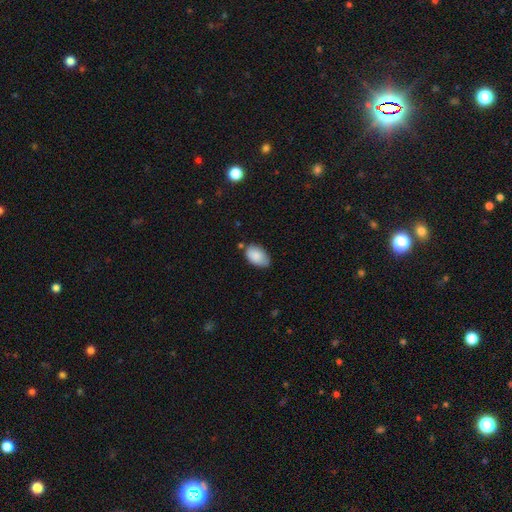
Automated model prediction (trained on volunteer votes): Smooth or featured? smooth (87%)
How rounded? in between (92%)
Merging? none (64%)